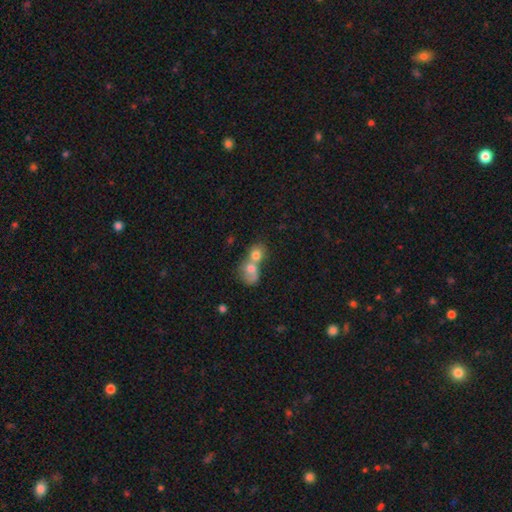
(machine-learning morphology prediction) Overall: smooth (73%). How rounded: round (62%; in between 36%). Merging: merger (75%).